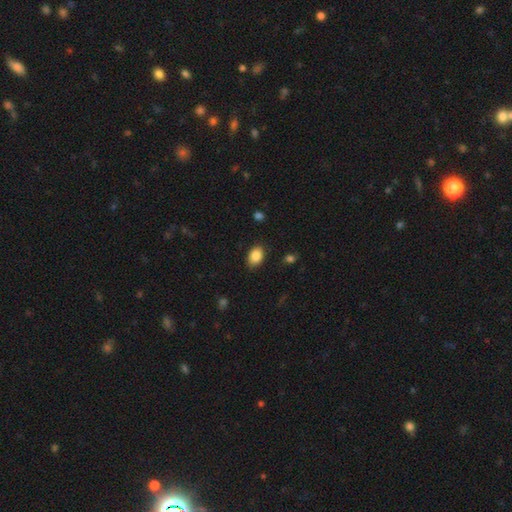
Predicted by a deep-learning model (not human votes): The model was most divided on "how rounded": in between: 83%, round: 16%, cigar-shaped: 1%. More confident: smooth or featured — smooth (87%); merging — none (83%).